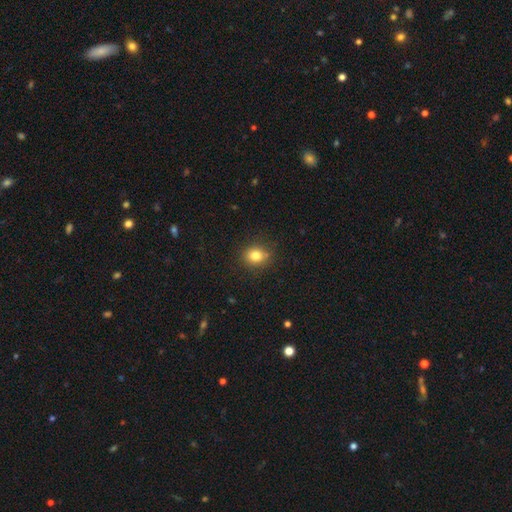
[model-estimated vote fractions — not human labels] This is clearly a smooth galaxy (81%). How rounded: likely round (68%). Merging: clearly none (84%).